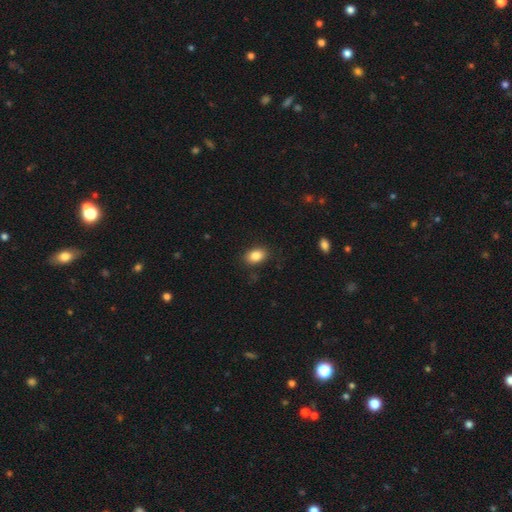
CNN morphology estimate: A smooth galaxy with no disk features (86%) that is in between round and cigar-shaped (86%). Merging: none (87%).